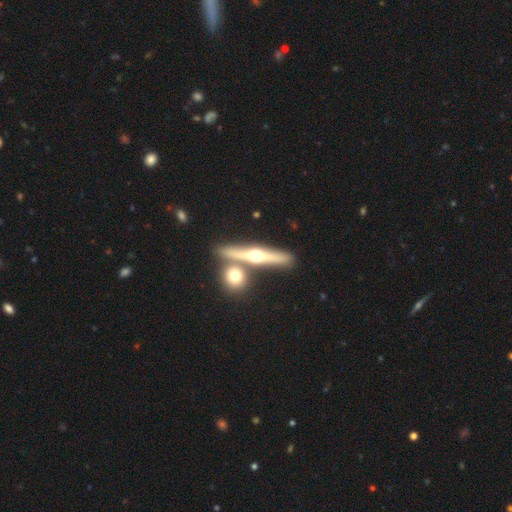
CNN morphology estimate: This is likely a featured or disk galaxy (65%). It is clearly viewed edge-on (94%). Edge-on bulge: clearly rounded (94%). Merging: likely none (73%).